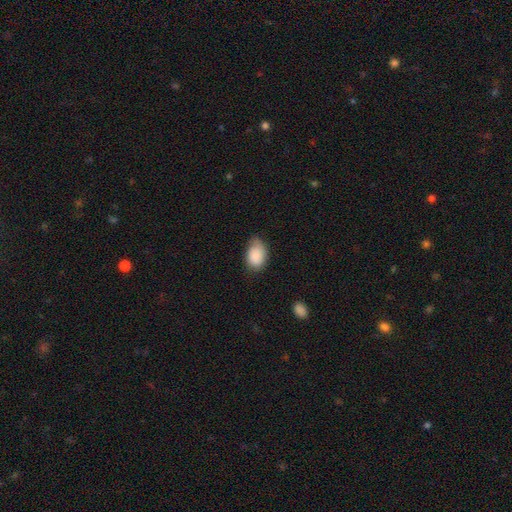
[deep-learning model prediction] The model was most divided on "merging": none: 54%, minor disturbance: 36%, major disturbance: 8%, merger: 2%. More confident: smooth or featured — smooth (87%); how rounded — in between (86%).